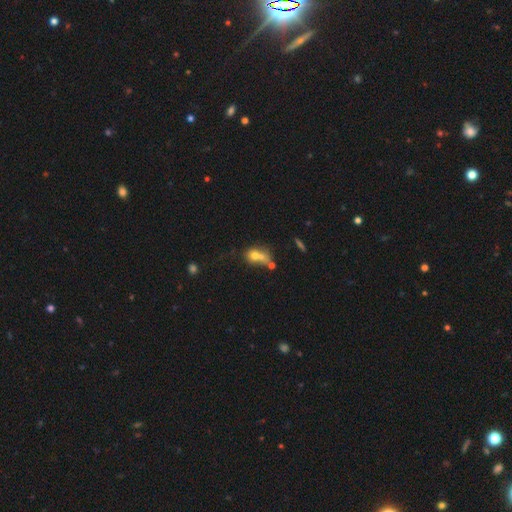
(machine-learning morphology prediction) Q: Smooth or featured?
A: smooth (65%); runner-up: featured or disk (22%)
Q: How rounded?
A: round (55%); runner-up: in between (42%)
Q: Merging?
A: merger (57%); runner-up: none (26%)